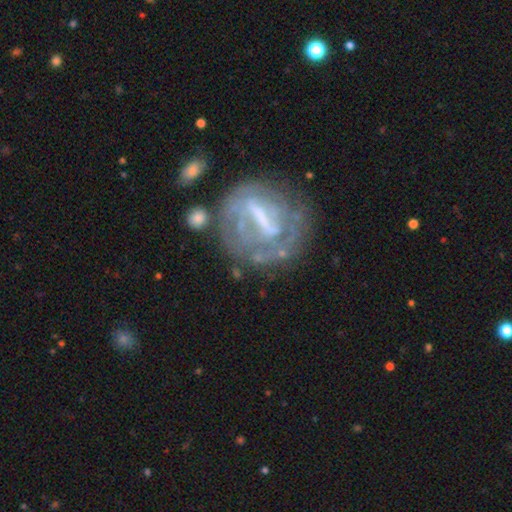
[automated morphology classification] Smooth or featured?
  - featured or disk: 76% *
  - smooth: 15%
  - star or artifact: 9%
Edge-on disk?
  - no: 93% *
  - yes: 7%
Bar?
  - strong: 58% *
  - weak: 29%
  - no: 13%
Spiral arms?
  - no: 50% * (tied)
  - yes: 50% * (tied)
Bulge size?
  - none: 37% *
  - small: 30%
  - moderate: 27%
  - large: 5%
  - dominant: 1%
Merging?
  - none: 56% *
  - minor disturbance: 19%
  - major disturbance: 19%
  - merger: 6%